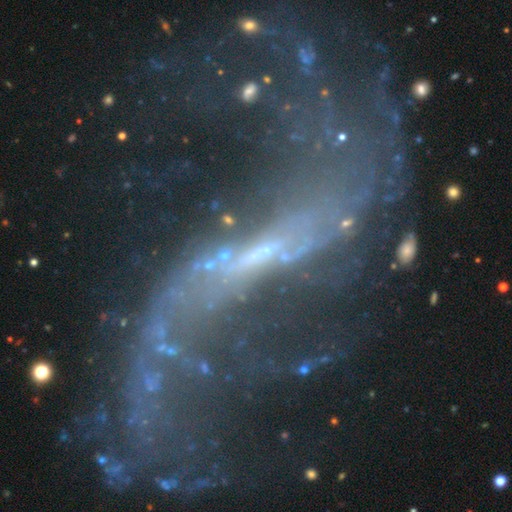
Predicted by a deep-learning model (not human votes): smooth-or-featured: featured or disk: 82% | star or artifact: 12% | smooth: 6%
  disk-edge-on: no: 90% | yes: 10%
    bar: strong: 40% | weak: 36% | no: 24%
    has-spiral-arms: yes: 81% | no: 19%
      spiral-winding: loose: 85% | medium: 10% | tight: 5%
      spiral-arm-count: 2: 83% | can't tell: 5% | 1: 5% | 3: 2% | 4: 2% | more than 4: 2%
    bulge-size: small: 56% | none: 27% | moderate: 13% | large: 2% | dominant: 2%
  merging: major disturbance: 37% | none: 35% | minor disturbance: 15% | merger: 13%